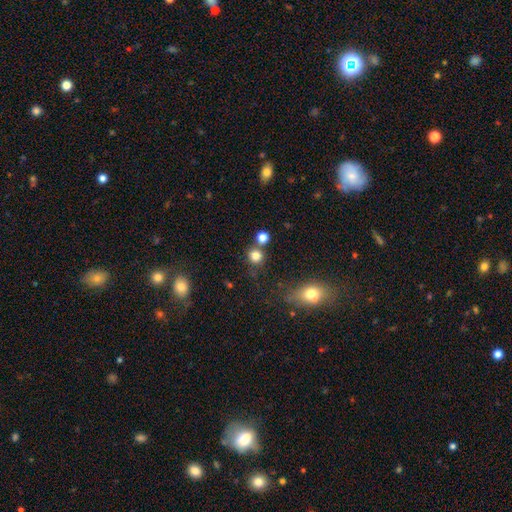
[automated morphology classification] smooth 81%, star or artifact 13%, featured or disk 6%. Down the decision tree: how rounded — round (88%); merging — none (70%).